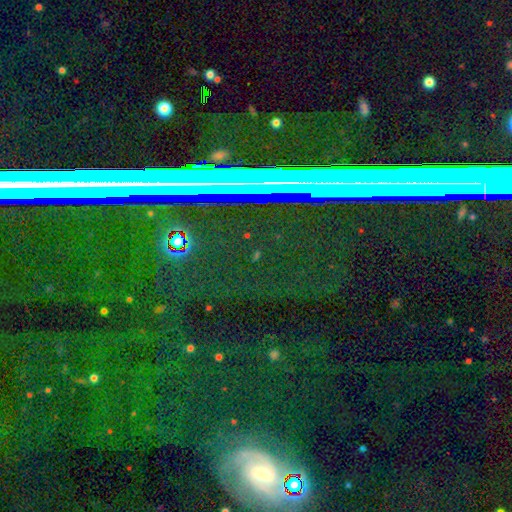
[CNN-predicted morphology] smooth_or_featured: star or artifact (p=0.79) [alt: smooth p=0.11]